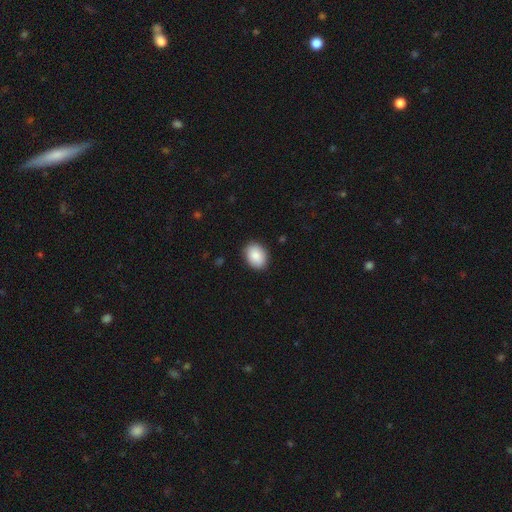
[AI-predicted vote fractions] Overall: smooth (88%). How rounded: in between (65%; round 34%). Merging: none (87%).